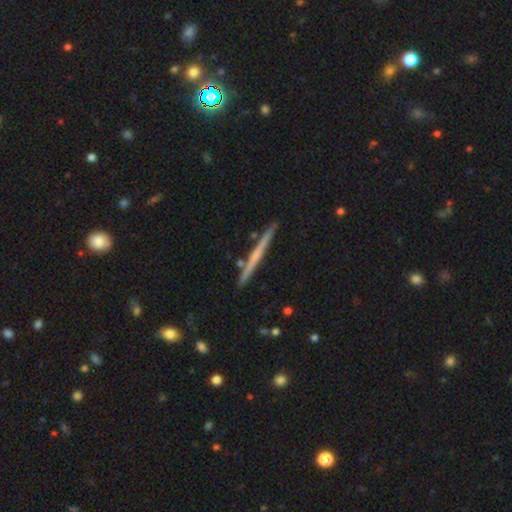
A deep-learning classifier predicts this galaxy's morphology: This appears to be a featured or disk galaxy (63%) viewed edge-on (98%) with no central bulge (64%). Merging: none (89%).